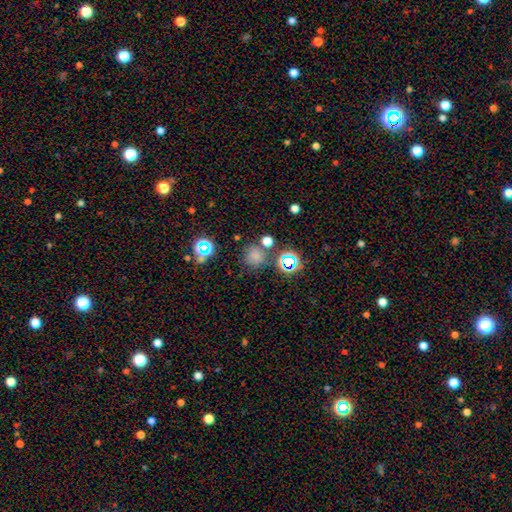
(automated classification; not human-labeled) Smooth or featured?
  - smooth: 69% *
  - star or artifact: 25%
  - featured or disk: 6%
How rounded?
  - round: 90% *
  - in between: 9%
  - cigar-shaped: 1%
Merging?
  - none: 74% *
  - merger: 12%
  - minor disturbance: 10%
  - major disturbance: 4%